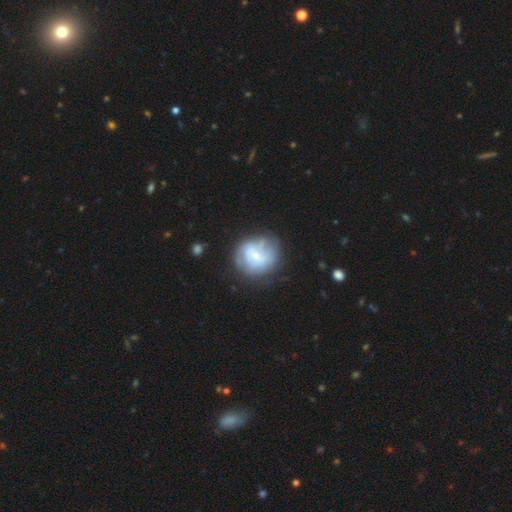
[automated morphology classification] Q: Smooth or featured?
A: featured or disk (58%); runner-up: smooth (35%)
Q: Edge-on disk?
A: no (98%); runner-up: yes (2%)
Q: Bar?
A: no (68%); runner-up: weak (26%)
Q: Spiral arms?
A: yes (60%); runner-up: no (40%)
Q: Bulge size?
A: small (66%); runner-up: moderate (27%)
Q: Merging?
A: none (59%); runner-up: minor disturbance (22%)